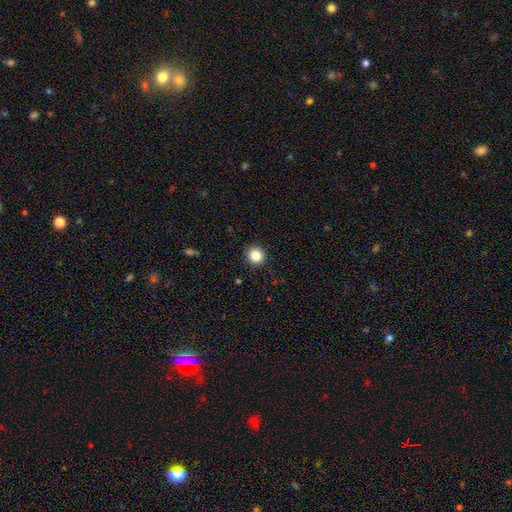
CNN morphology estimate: This is clearly a smooth galaxy (84%). How rounded: clearly round (94%). Merging: clearly none (93%).